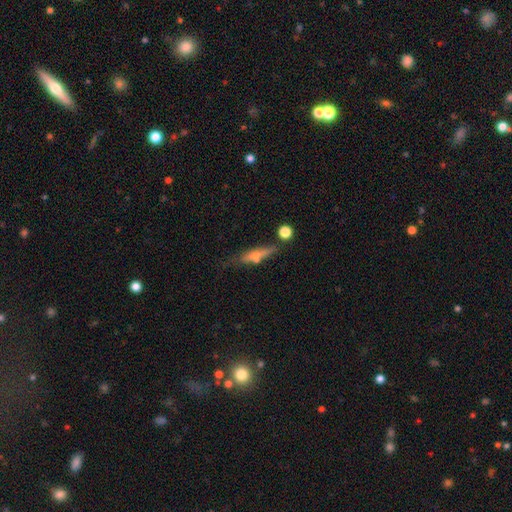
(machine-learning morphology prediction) type=smooth (59%); roundness=cigar-shaped (74%); merging=none (58%).